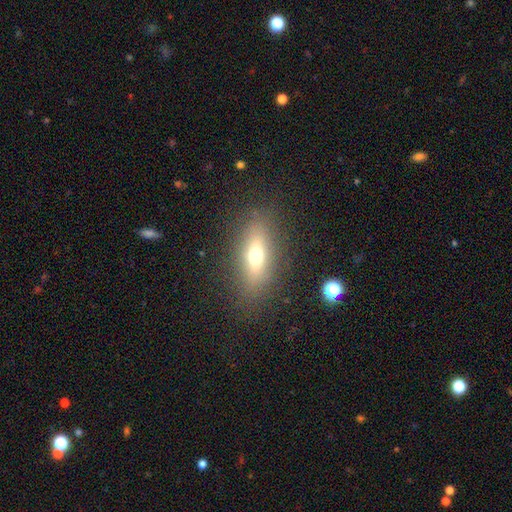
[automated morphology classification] A smooth galaxy with no disk features (59%) that is in between round and cigar-shaped (61%). Merging: none (84%).